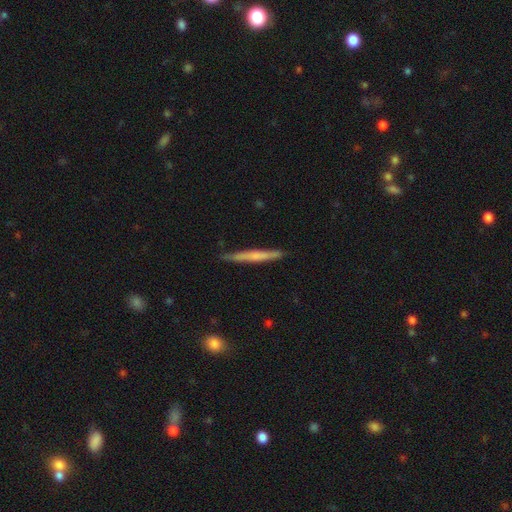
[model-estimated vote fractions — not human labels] Smooth or featured? Predicted: smooth (p=0.50). Merging? Predicted: none (p=0.86).